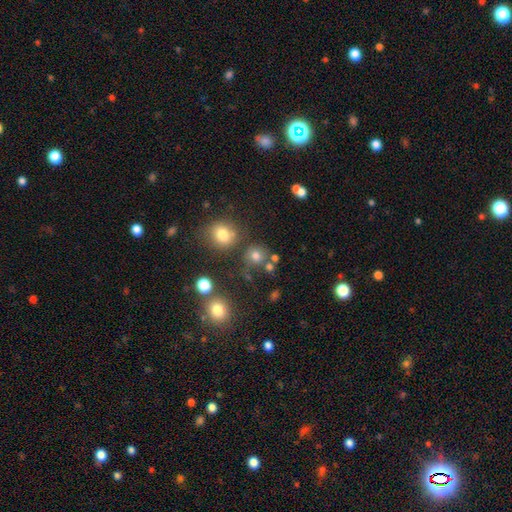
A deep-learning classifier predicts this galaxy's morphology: Smooth or featured: smooth — 74% (star or artifact — 18%)
How rounded: round — 87% (in between — 12%)
Merging: none — 69% (merger — 14%)